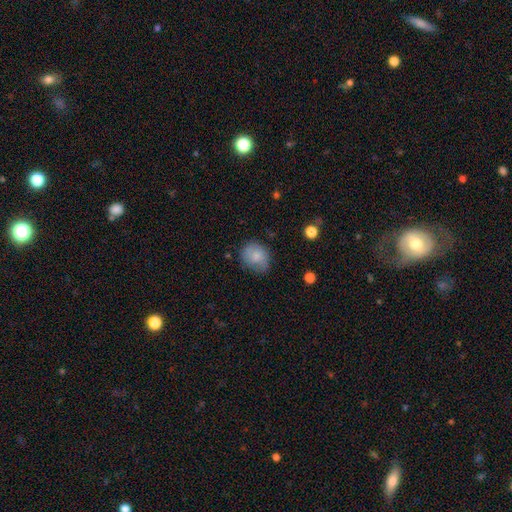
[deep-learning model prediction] This is likely a smooth galaxy (78%). How rounded: likely round (63%). Merging: likely none (68%).